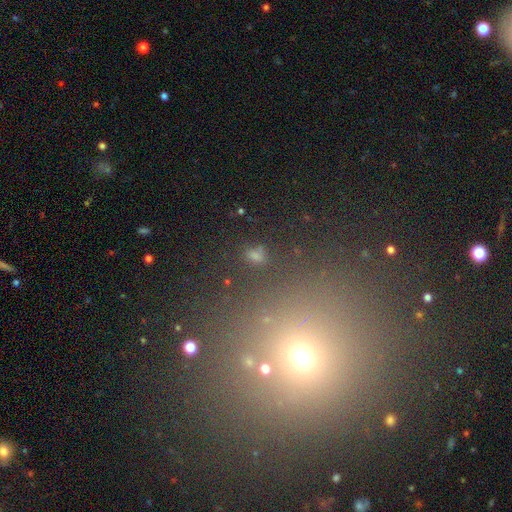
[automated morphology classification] Overall: smooth (57%; star or artifact 33%). How rounded: in between (56%; round 41%). Merging: none (75%).